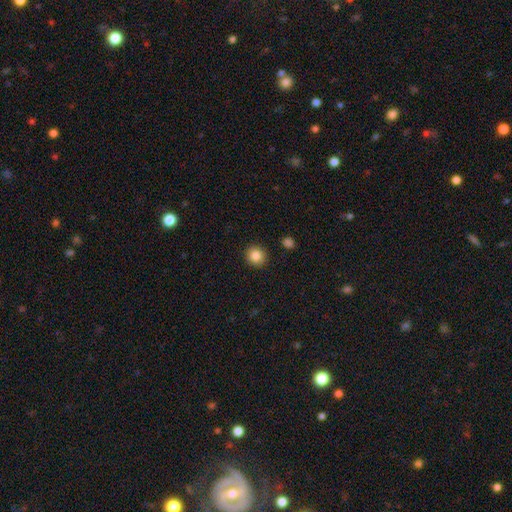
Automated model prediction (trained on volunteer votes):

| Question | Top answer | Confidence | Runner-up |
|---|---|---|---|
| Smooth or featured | smooth | 86% | star or artifact (10%) |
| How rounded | round | 90% | in between (9%) |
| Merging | none | 92% | minor disturbance (5%) |